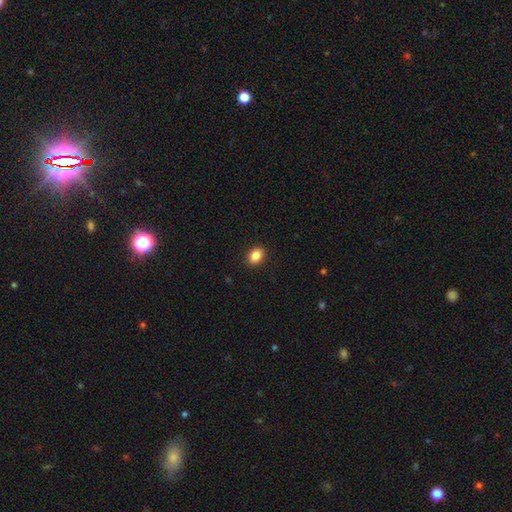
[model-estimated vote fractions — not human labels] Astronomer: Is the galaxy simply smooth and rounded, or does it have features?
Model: smooth — 87%.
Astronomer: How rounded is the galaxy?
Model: in between — 65%.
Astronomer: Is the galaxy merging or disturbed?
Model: none — 91%.